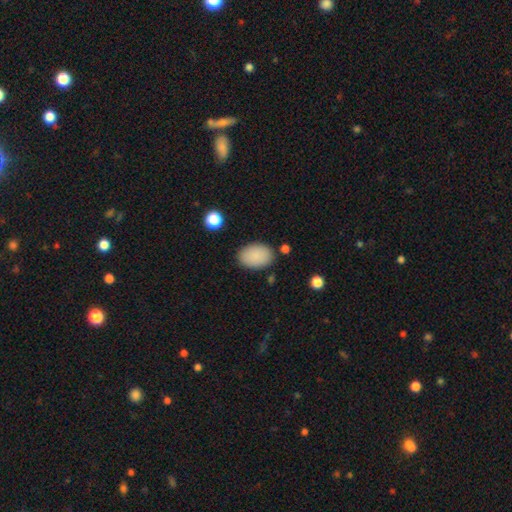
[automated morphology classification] This is clearly a smooth galaxy (89%). How rounded: clearly in between (87%). Merging: clearly none (85%).